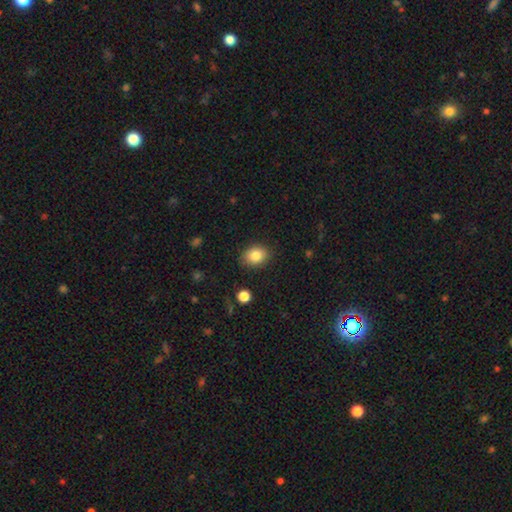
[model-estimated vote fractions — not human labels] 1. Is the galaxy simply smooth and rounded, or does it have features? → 83% smooth, 9% star or artifact, 8% featured or disk.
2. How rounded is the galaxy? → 56% in between, 43% round, 1% cigar-shaped.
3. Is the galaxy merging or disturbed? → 86% none, 10% minor disturbance, 2% major disturbance, 1% merger.